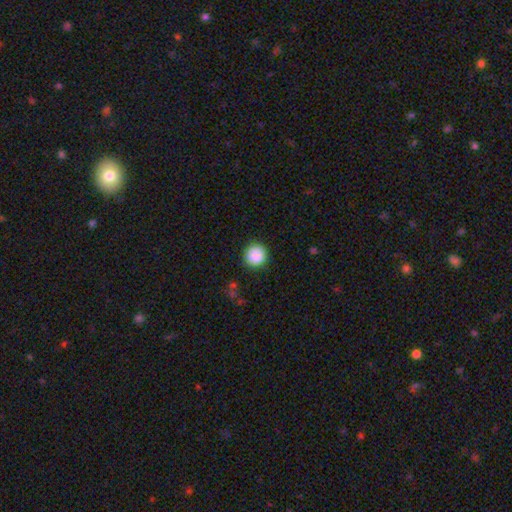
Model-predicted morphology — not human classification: smooth 89%, star or artifact 8%, featured or disk 3%. Down the decision tree: how rounded — round (93%); merging — none (89%).